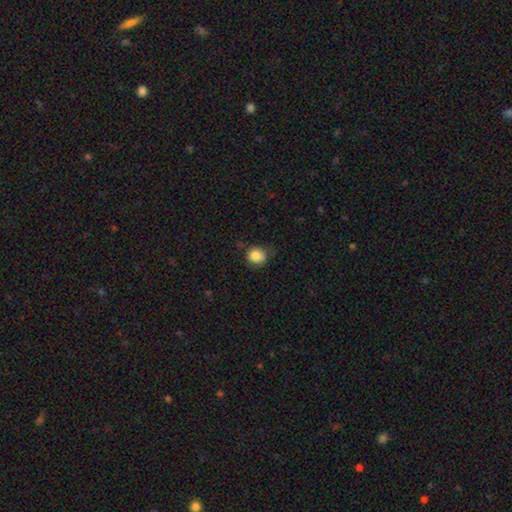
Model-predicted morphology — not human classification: Q: Smooth or featured?
A: smooth (84%); runner-up: star or artifact (10%)
Q: How rounded?
A: round (73%); runner-up: in between (26%)
Q: Merging?
A: none (65%); runner-up: minor disturbance (27%)